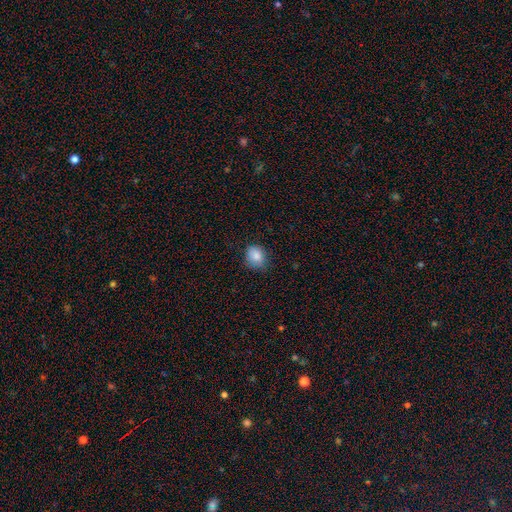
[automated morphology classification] Smooth or featured: smooth — 85% (star or artifact — 9%)
How rounded: round — 64% (in between — 35%)
Merging: none — 73% (minor disturbance — 21%)